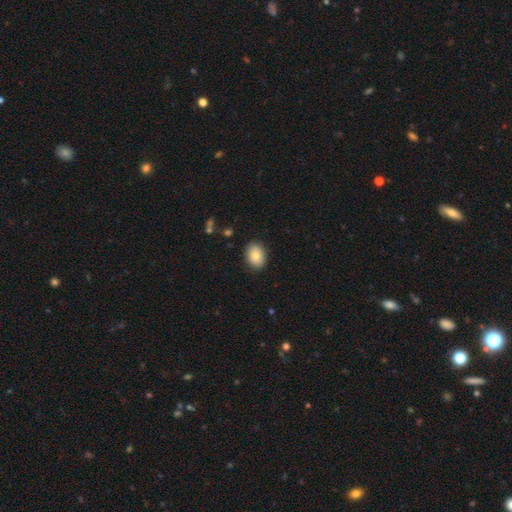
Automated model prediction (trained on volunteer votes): Smooth or featured: smooth — 83% (featured or disk — 10%)
How rounded: in between — 67% (round — 32%)
Merging: none — 87% (minor disturbance — 10%)